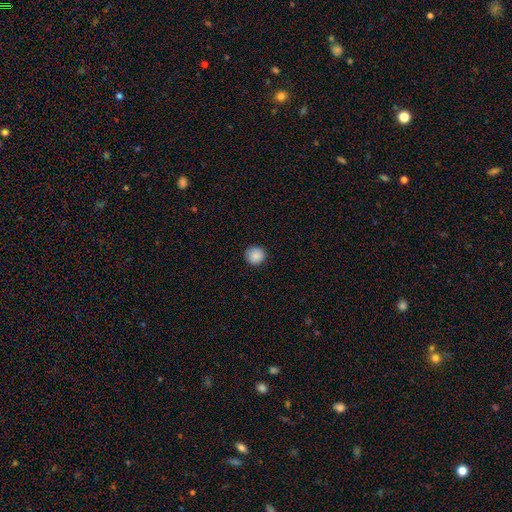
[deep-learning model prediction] Smooth or featured?
  - smooth: 88% *
  - star or artifact: 9%
  - featured or disk: 3%
How rounded?
  - round: 94% *
  - in between: 5%
  - cigar-shaped: 1%
Merging?
  - none: 91% *
  - minor disturbance: 6%
  - major disturbance: 2%
  - merger: 1%